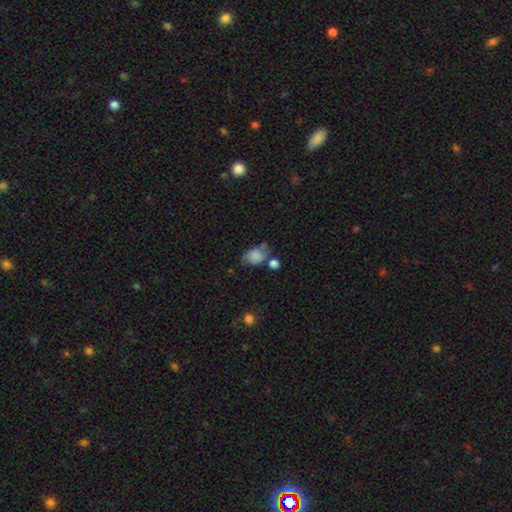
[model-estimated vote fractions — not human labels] This appears to be a smooth galaxy with no disk features (77%) that is in between round and cigar-shaped (77%). Merging: none (46%).